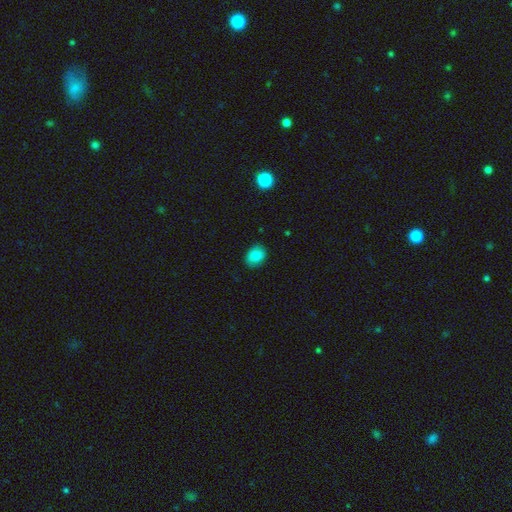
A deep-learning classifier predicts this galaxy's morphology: Overall: smooth (87%). How rounded: in between (67%; round 32%). Merging: none (83%).